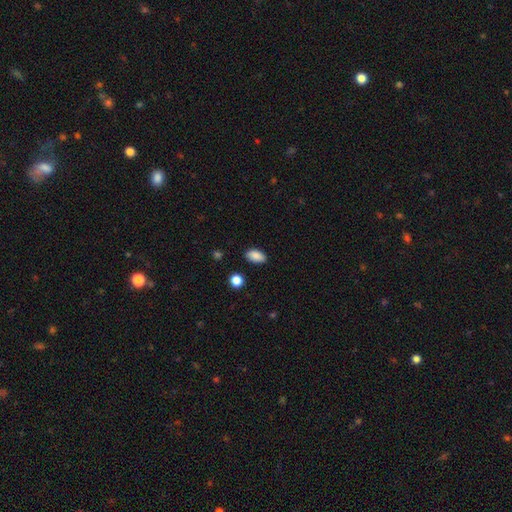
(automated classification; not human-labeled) A smooth galaxy with no disk features (88%) that is in between round and cigar-shaped (92%).

Vote fractions:
- Smooth or featured? smooth: 88% / star or artifact: 8% / featured or disk: 4%
- How rounded? in between: 92% / round: 6% / cigar-shaped: 3%
- Merging? none: 86% / minor disturbance: 10% / major disturbance: 2% / merger: 2%